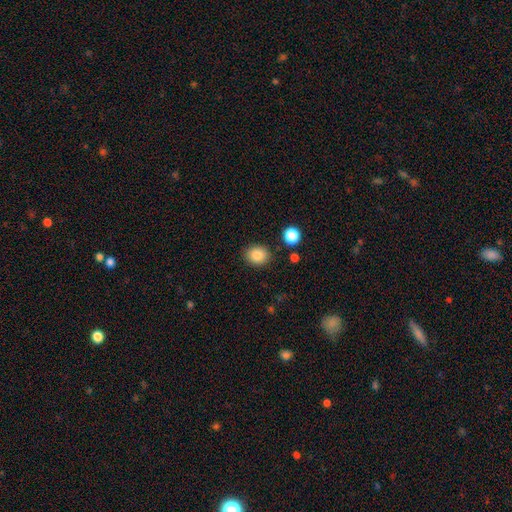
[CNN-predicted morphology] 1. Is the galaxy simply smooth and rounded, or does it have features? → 86% smooth, 9% star or artifact, 4% featured or disk.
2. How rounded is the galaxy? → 59% round, 40% in between, 1% cigar-shaped.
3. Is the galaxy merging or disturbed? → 86% none, 9% minor disturbance, 3% major disturbance, 3% merger.